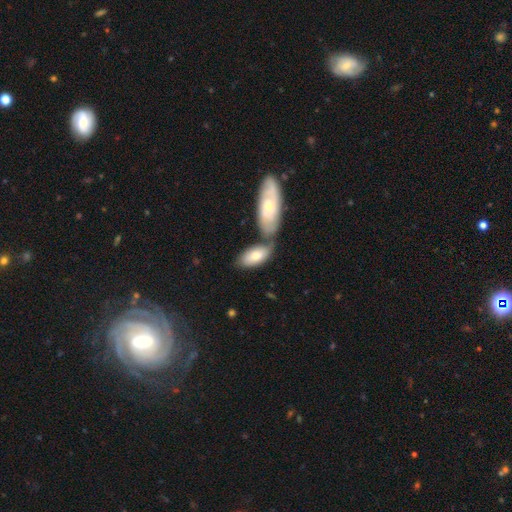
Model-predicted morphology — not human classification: Smooth or featured? smooth (74%)
How rounded? in between (89%)
Merging? none (41%, tied with merger)